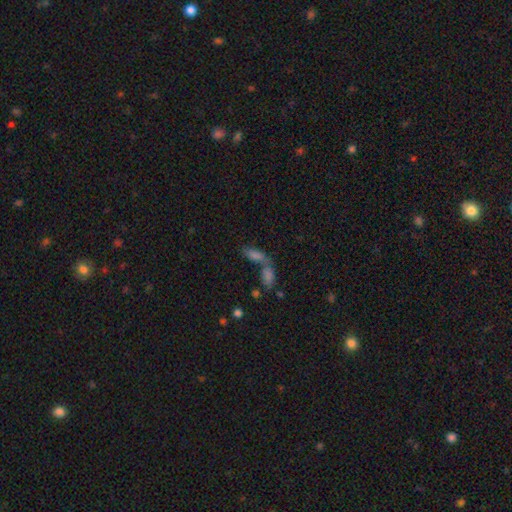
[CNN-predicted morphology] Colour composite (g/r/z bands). It shows a smooth galaxy with no disk features (71%) that is in between round and cigar-shaped (74%). Merging: merger (64%).